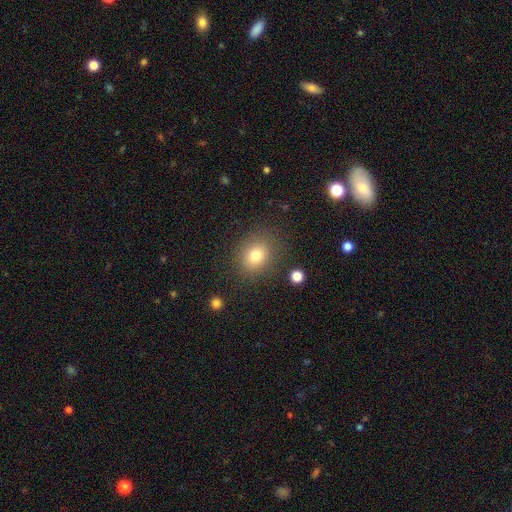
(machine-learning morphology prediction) This appears to be a smooth galaxy with no disk features (77%) that is round (63%). Merging: none (81%).